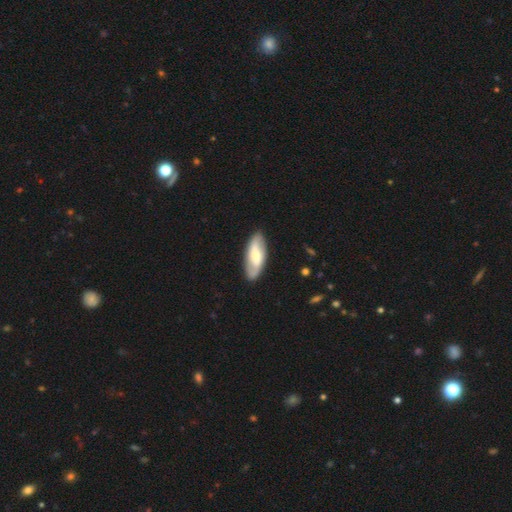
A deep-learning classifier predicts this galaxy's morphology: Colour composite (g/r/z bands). It shows a featured or disk galaxy (53%). Merging: none (86%).